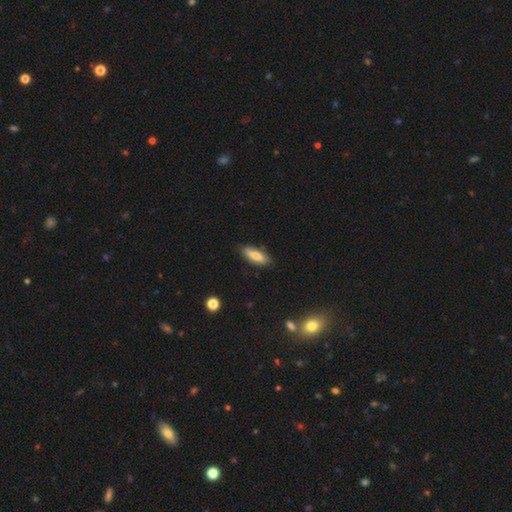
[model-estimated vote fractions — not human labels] Smooth or featured?
  - smooth: 72% *
  - featured or disk: 22%
  - star or artifact: 7%
How rounded?
  - in between: 55% *
  - cigar-shaped: 42%
  - round: 2%
Merging?
  - none: 84% *
  - minor disturbance: 12%
  - major disturbance: 2%
  - merger: 2%